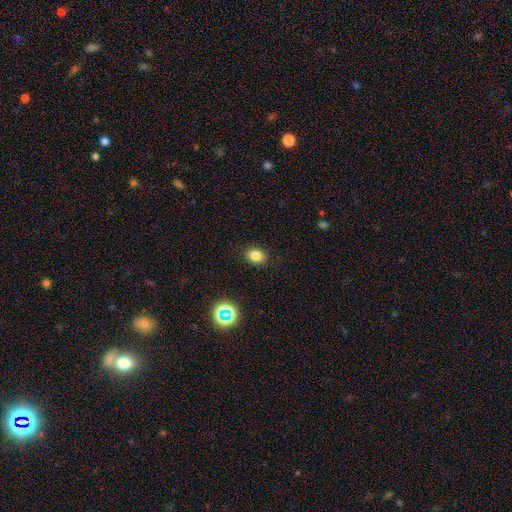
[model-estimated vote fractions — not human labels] A smooth galaxy with no disk features (80%) that is in between round and cigar-shaped (59%). Merging: none (88%).